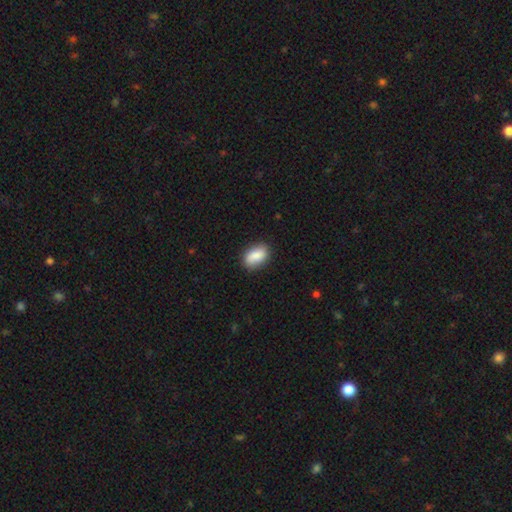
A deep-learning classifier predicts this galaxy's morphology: This is clearly a smooth galaxy (84%). How rounded: clearly in between (88%). Merging: clearly none (82%).